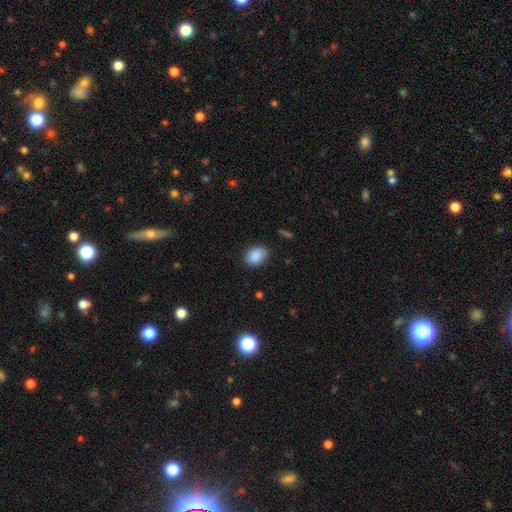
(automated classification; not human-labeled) Smooth or featured?
  - smooth: 88% *
  - star or artifact: 7%
  - featured or disk: 4%
How rounded?
  - in between: 69% *
  - round: 30%
  - cigar-shaped: 1%
Merging?
  - none: 82% *
  - minor disturbance: 14%
  - major disturbance: 3%
  - merger: 1%